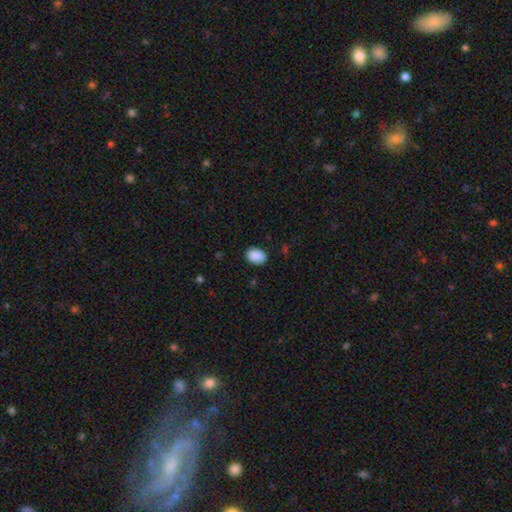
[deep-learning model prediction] smooth 89%, star or artifact 7%, featured or disk 3%. Down the decision tree: how rounded — in between (75%); merging — none (84%).